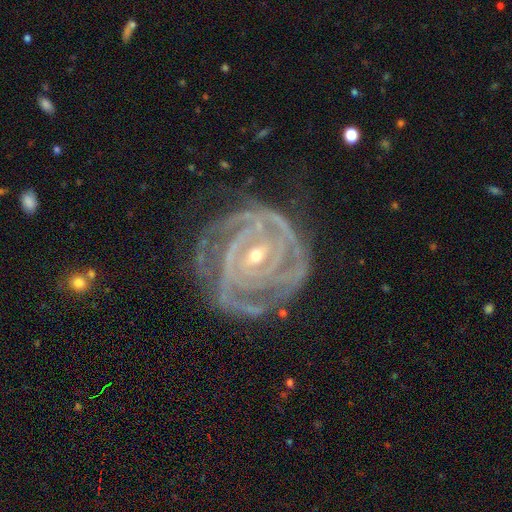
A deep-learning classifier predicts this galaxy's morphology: smooth_or_featured: featured or disk (p=0.91) [alt: star or artifact p=0.05]
disk_edge_on: no (p=0.97) [alt: yes p=0.03]
bar: weak (p=0.39) [alt: no p=0.32]
has_spiral_arms: yes (p=0.98) [alt: no p=0.02]
spiral_winding: tight (p=0.80) [alt: medium p=0.17]
spiral_arm_count: 3 (p=0.26) [alt: can't tell p=0.22]
bulge_size: small (p=0.64) [alt: moderate p=0.33]
merging: none (p=0.63) [alt: minor disturbance p=0.22]